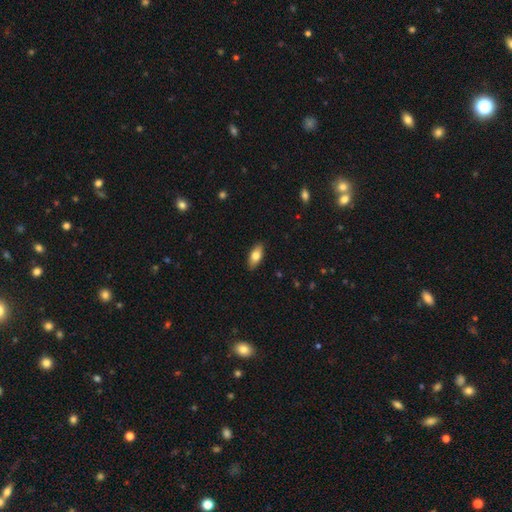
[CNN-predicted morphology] A smooth galaxy with no disk features (76%) that is in between round and cigar-shaped (84%). Merging: none (89%).